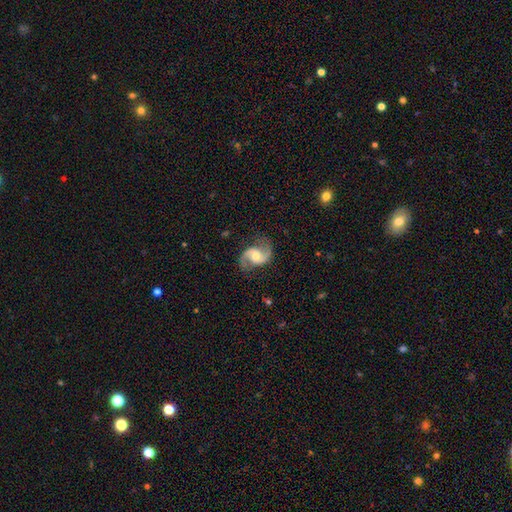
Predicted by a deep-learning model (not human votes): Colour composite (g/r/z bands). It shows a featured or disk galaxy (90%) with no bar (53%), 2 (94%) medium (50%) spiral arms (98%) and a moderate central bulge (62%). Merging: none (81%).